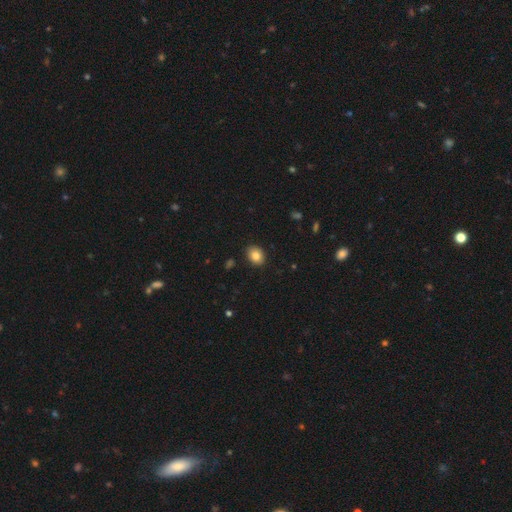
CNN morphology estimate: smooth 85%, star or artifact 9%, featured or disk 6%. Down the decision tree: how rounded — in between (57%); merging — none (90%).